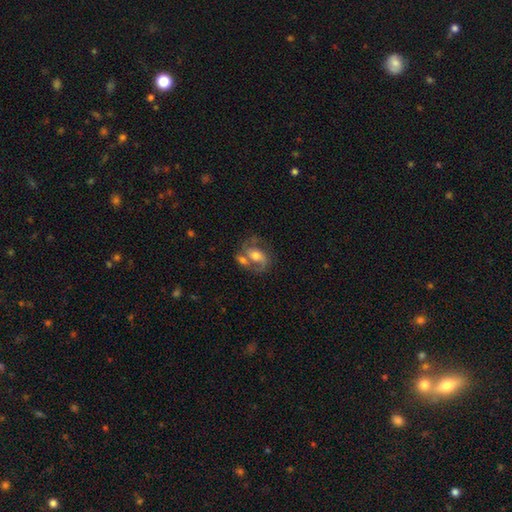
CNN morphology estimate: type=featured or disk (58%); edge-on=no (95%); bar=no (49%); spiral arms=yes (76%); bulge=moderate (63%); merging=none (39%).